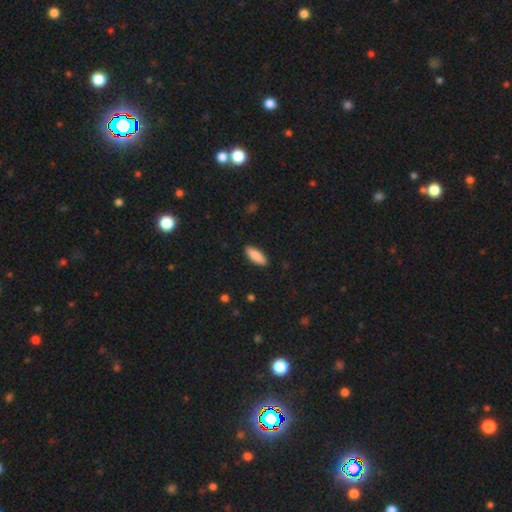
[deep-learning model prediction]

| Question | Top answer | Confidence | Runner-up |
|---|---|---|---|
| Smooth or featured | smooth | 89% | star or artifact (6%) |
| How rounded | in between | 68% | cigar-shaped (30%) |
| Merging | none | 90% | minor disturbance (8%) |